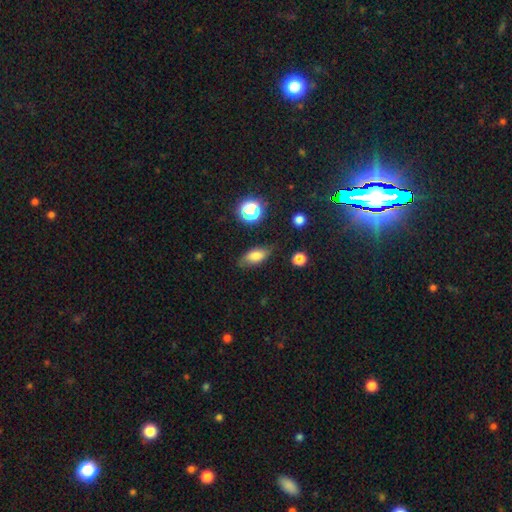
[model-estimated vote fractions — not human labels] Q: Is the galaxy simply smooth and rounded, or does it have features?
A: smooth — 72%.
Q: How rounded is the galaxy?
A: in between — 81%.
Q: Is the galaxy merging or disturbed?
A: none — 74%.